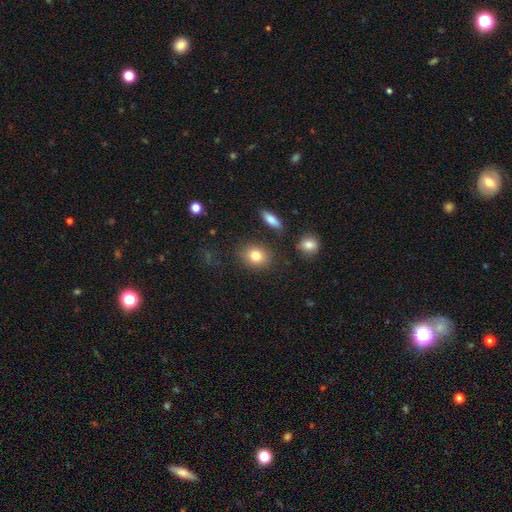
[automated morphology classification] The model was most divided on "how rounded": round: 59%, in between: 40%, cigar-shaped: 1%. More confident: merging — none (84%); smooth or featured — smooth (81%).